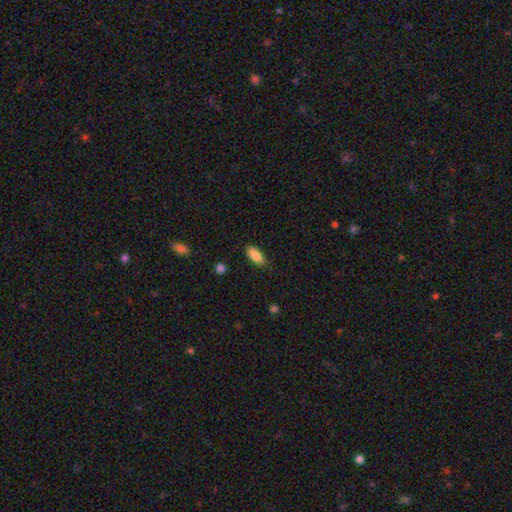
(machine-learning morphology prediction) smooth-or-featured: smooth: 84% | featured or disk: 9% | star or artifact: 7%
  how-rounded: in between: 84% | cigar-shaped: 13% | round: 3%
  merging: none: 76% | minor disturbance: 19% | major disturbance: 3% | merger: 2%